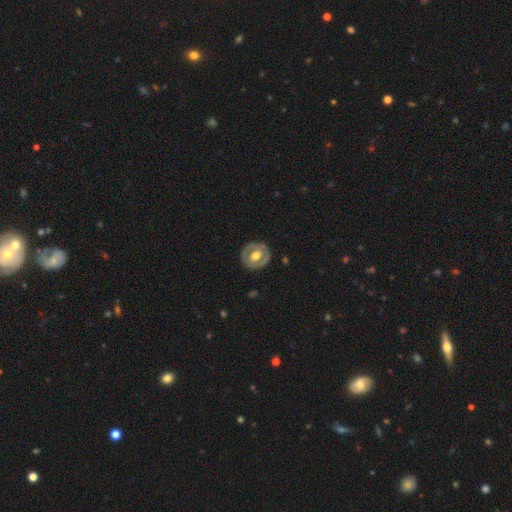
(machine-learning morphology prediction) This is possibly a featured or disk galaxy (57%). It is clearly not viewed edge-on (95%). Bar: possibly no (54%). Spiral arm pattern: likely no (74%). Central bulge: likely moderate (66%). Merging: clearly none (83%).